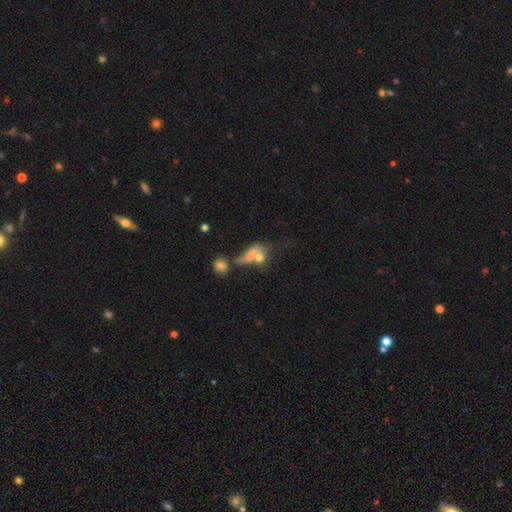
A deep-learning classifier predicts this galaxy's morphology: Smooth or featured? smooth (59%)
How rounded? in between (56%)
Merging? merger (45%)